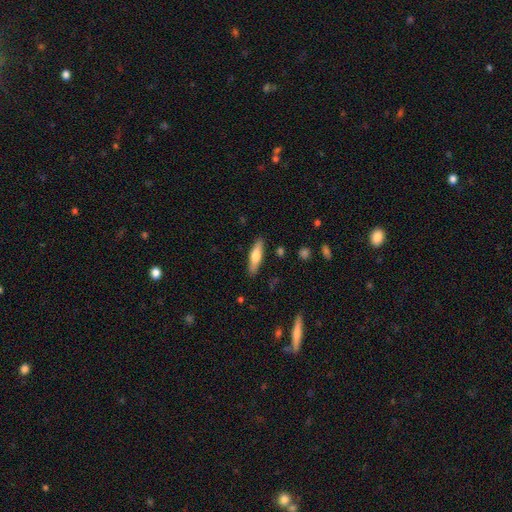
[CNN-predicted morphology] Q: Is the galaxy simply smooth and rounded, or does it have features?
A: smooth — 62%.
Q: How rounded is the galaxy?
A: cigar-shaped — 66%.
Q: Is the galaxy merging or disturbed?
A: none — 88%.